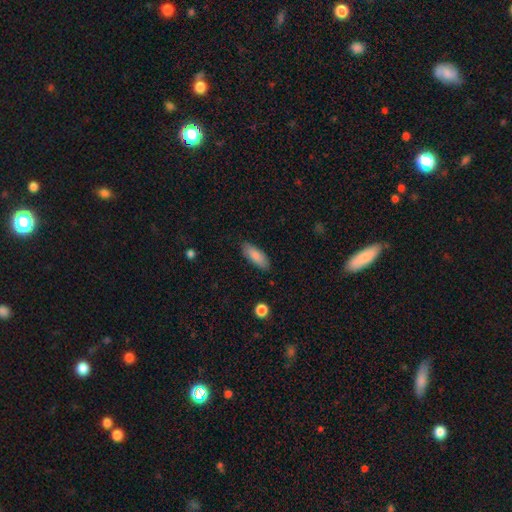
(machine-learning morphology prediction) The model was most divided on "how rounded": in between: 71%, cigar-shaped: 27%, round: 2%. More confident: merging — none (85%); smooth or featured — smooth (84%).